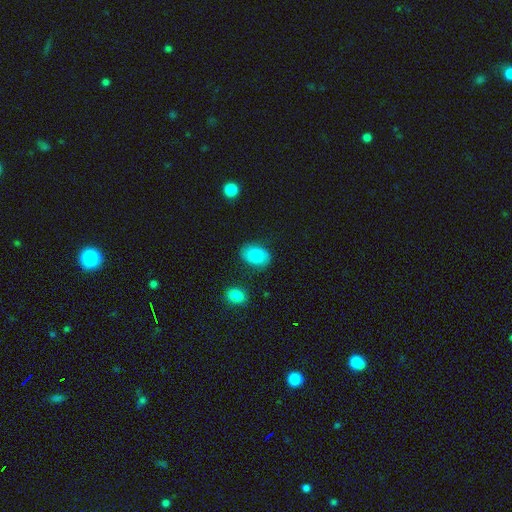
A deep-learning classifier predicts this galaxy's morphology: smooth_or_featured: smooth (p=0.81) [alt: featured or disk p=0.11]
how_rounded: in between (p=0.84) [alt: round p=0.15]
merging: none (p=0.78) [alt: minor disturbance p=0.15]